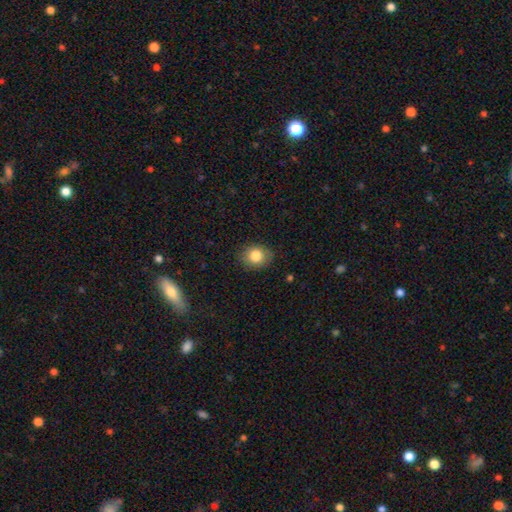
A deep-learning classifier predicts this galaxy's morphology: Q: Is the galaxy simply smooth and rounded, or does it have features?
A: smooth — 83%.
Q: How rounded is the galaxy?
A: round — 58%.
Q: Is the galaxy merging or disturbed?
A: none — 85%.